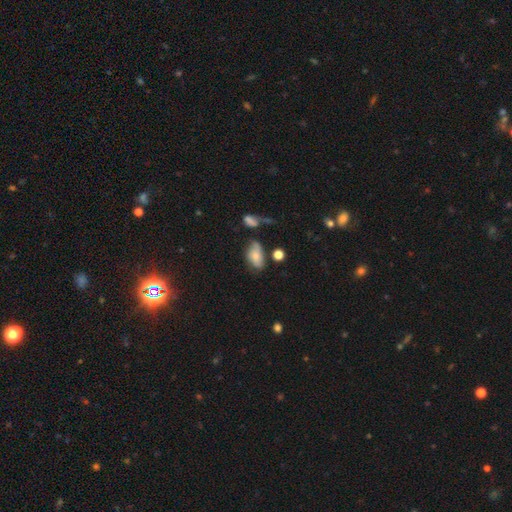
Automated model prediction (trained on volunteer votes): Smooth or featured: smooth — 66% (featured or disk — 24%)
How rounded: in between — 90% (round — 8%)
Merging: none — 41% (minor disturbance — 30%)